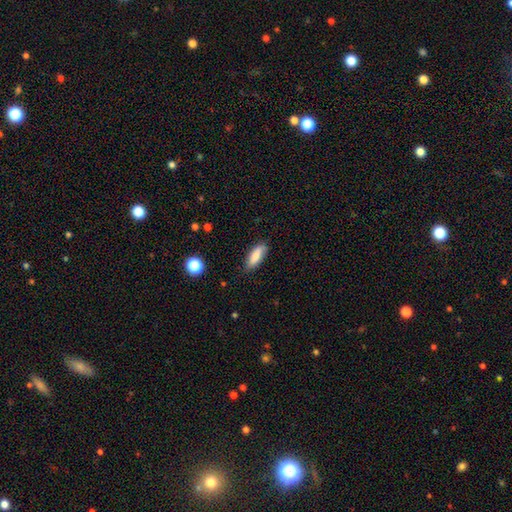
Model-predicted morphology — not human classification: A smooth galaxy with no disk features (78%) that is in between round and cigar-shaped (68%).

Vote fractions:
- Smooth or featured? smooth: 78% / featured or disk: 15% / star or artifact: 7%
- How rounded? in between: 68% / cigar-shaped: 30% / round: 2%
- Merging? none: 75% / minor disturbance: 20% / major disturbance: 3% / merger: 2%